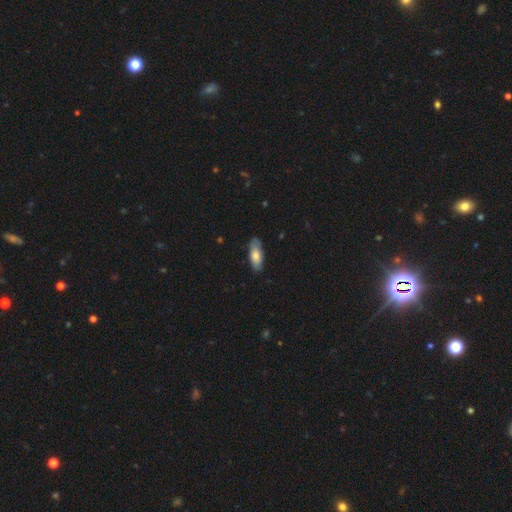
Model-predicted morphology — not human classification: Smooth or featured?
  - smooth: 74% *
  - featured or disk: 20%
  - star or artifact: 6%
How rounded?
  - in between: 76% *
  - cigar-shaped: 22%
  - round: 2%
Merging?
  - none: 79% *
  - minor disturbance: 17%
  - major disturbance: 3%
  - merger: 1%